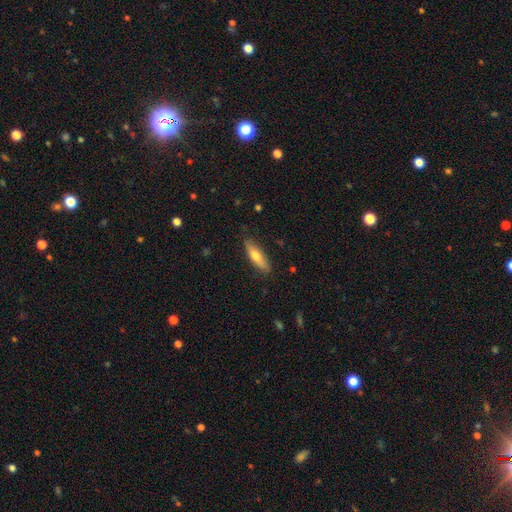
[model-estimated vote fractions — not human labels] This is likely a smooth galaxy (64%). How rounded: possibly cigar-shaped (56%). Merging: clearly none (84%).